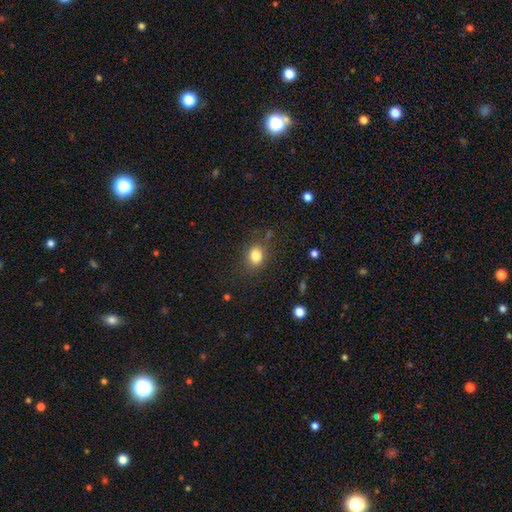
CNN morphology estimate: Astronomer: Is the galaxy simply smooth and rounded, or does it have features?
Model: smooth — 82%.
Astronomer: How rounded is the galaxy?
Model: round — 50% (runner-up: in between, 49%).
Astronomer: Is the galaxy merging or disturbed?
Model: none — 79%.